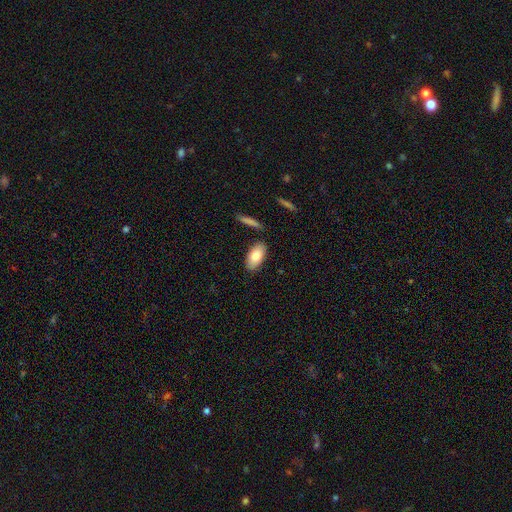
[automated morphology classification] smooth_or_featured: smooth (p=0.82) [alt: featured or disk p=0.12]
how_rounded: in between (p=0.93) [alt: cigar-shaped p=0.04]
merging: none (p=0.83) [alt: minor disturbance p=0.11]